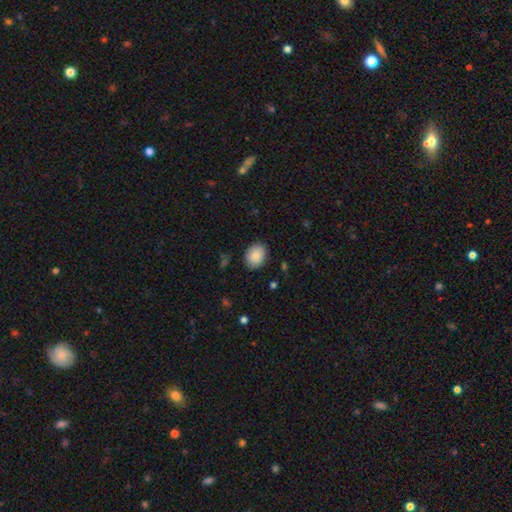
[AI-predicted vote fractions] The model was most divided on "how rounded": in between: 67%, round: 32%, cigar-shaped: 1%. More confident: smooth or featured — smooth (87%); merging — none (86%).